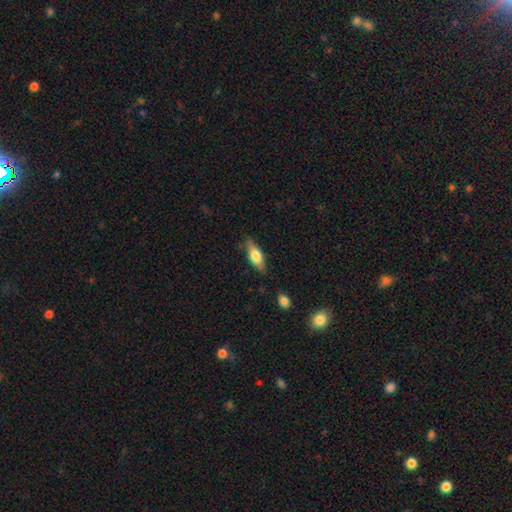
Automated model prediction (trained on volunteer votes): Overall: smooth (54%; featured or disk 39%). How rounded: in between (66%; cigar-shaped 31%). Merging: none (76%).